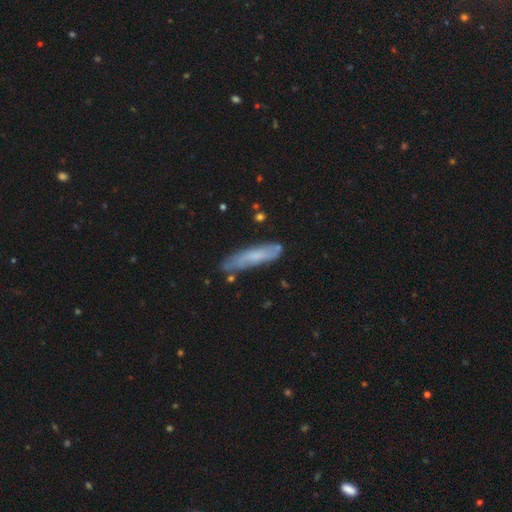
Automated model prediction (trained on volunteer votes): A smooth galaxy with no disk features (58%) that is cigar-shaped (77%).

Vote fractions:
- Smooth or featured? smooth: 58% / featured or disk: 34% / star or artifact: 8%
- How rounded? cigar-shaped: 77% / in between: 21% / round: 2%
- Merging? none: 70% / minor disturbance: 21% / major disturbance: 5% / merger: 4%